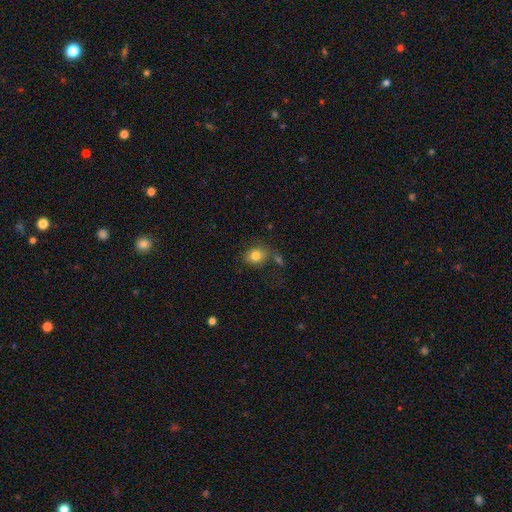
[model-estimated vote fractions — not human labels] Smooth or featured? Predicted: smooth (p=0.81). How rounded? Predicted: round (p=0.50). Merging? Predicted: none (p=0.63).